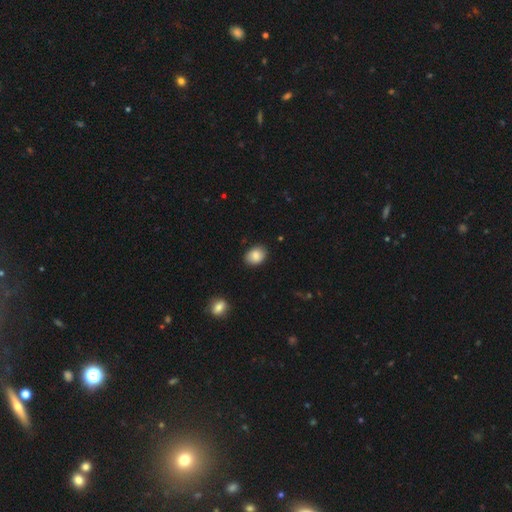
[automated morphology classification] This is clearly a smooth galaxy (85%). How rounded: likely in between (67%). Merging: clearly none (84%).